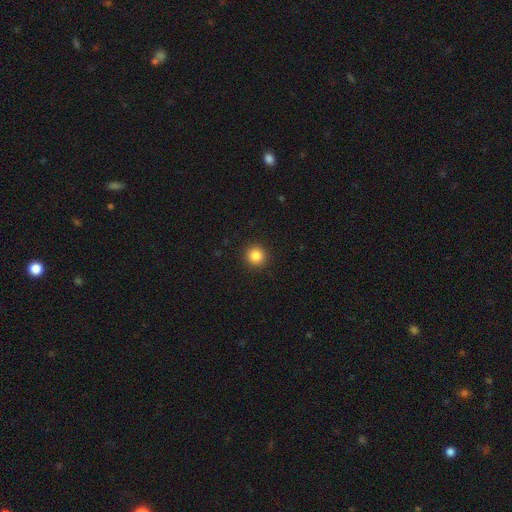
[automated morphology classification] smooth 85%, star or artifact 11%, featured or disk 4%. Down the decision tree: how rounded — round (95%); merging — none (92%).